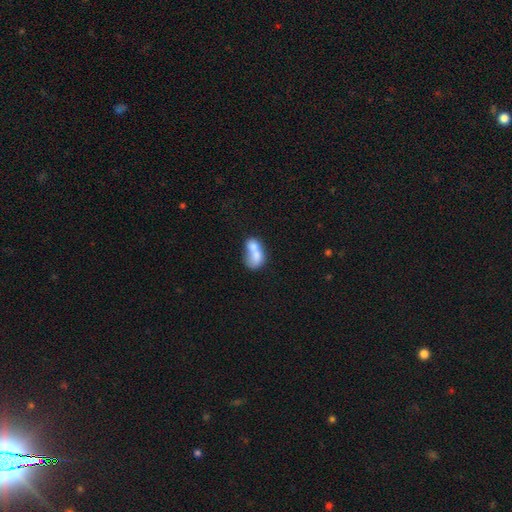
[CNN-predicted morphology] This is likely a smooth galaxy (70%). How rounded: likely in between (78%). Merging: likely merger (69%).